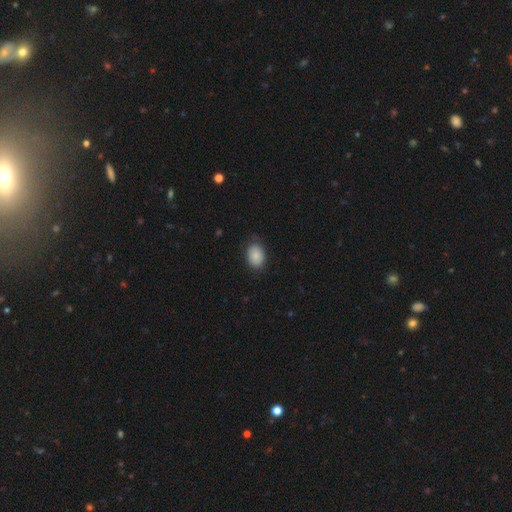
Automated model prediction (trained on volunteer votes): Q: Smooth or featured?
A: smooth (88%); runner-up: star or artifact (7%)
Q: How rounded?
A: in between (79%); runner-up: round (20%)
Q: Merging?
A: none (79%); runner-up: minor disturbance (17%)